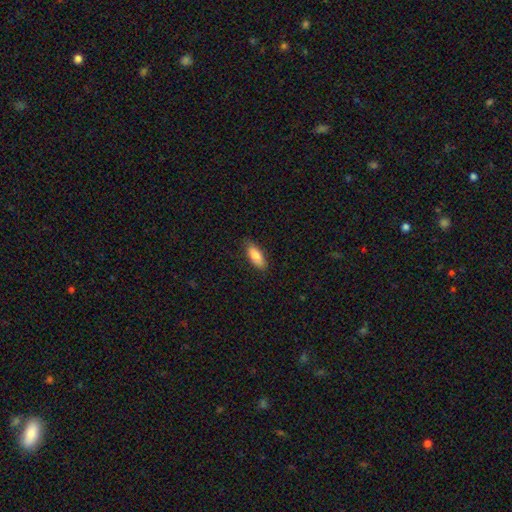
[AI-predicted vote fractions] This is clearly a smooth galaxy (87%). How rounded: likely in between (70%). Merging: clearly none (85%).